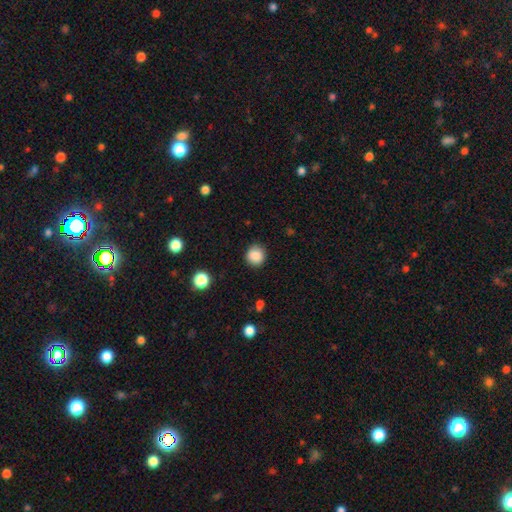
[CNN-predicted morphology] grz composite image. It shows a smooth galaxy with no disk features (86%) that is round (91%). Merging: none (89%).